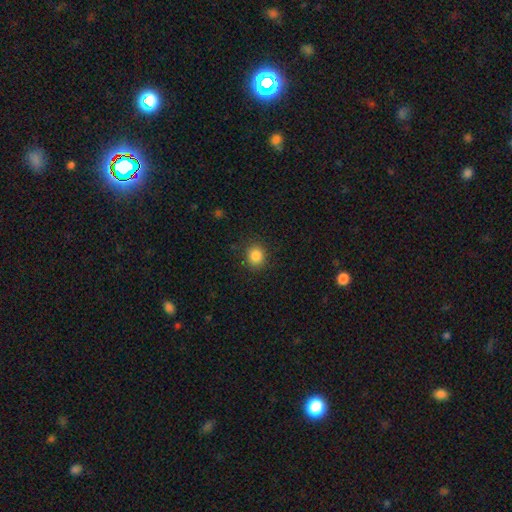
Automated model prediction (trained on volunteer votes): Smooth or featured? Predicted: smooth (p=0.86). How rounded? Predicted: round (p=0.78). Merging? Predicted: none (p=0.87).